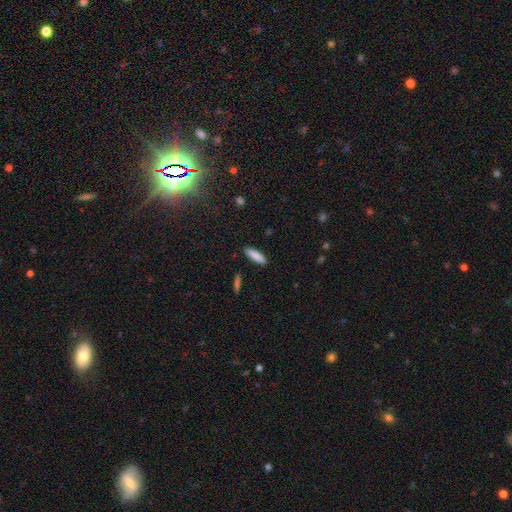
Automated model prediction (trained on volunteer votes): The model was most divided on "how rounded": cigar-shaped: 68%, in between: 31%, round: 2%. More confident: merging — none (89%); smooth or featured — smooth (85%).